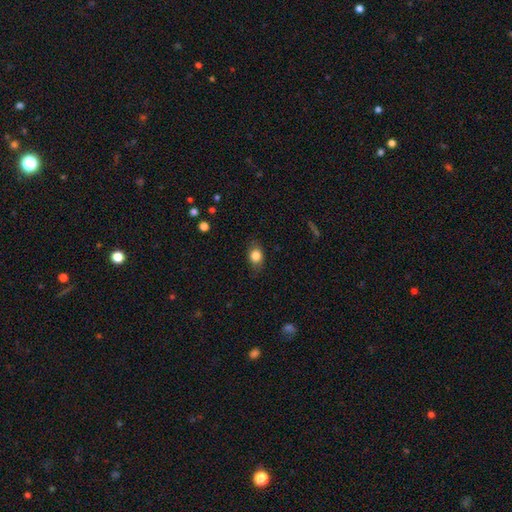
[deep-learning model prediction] The model was most divided on "how rounded": in between: 62%, round: 36%, cigar-shaped: 2%. More confident: smooth or featured — smooth (81%); merging — none (76%).